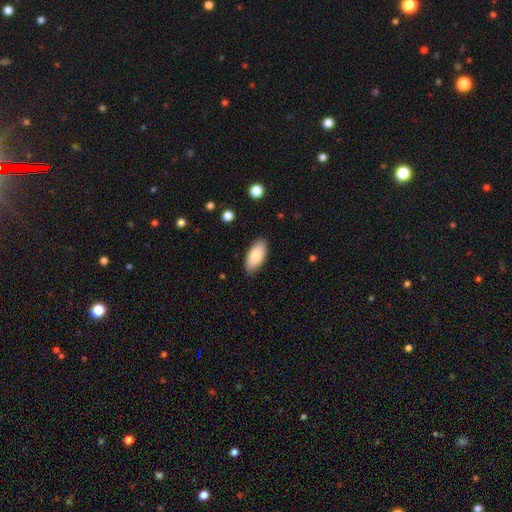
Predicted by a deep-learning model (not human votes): The model was most divided on "smooth or featured": smooth: 83%, featured or disk: 11%, star or artifact: 6%. More confident: how rounded — in between (91%); merging — none (87%).